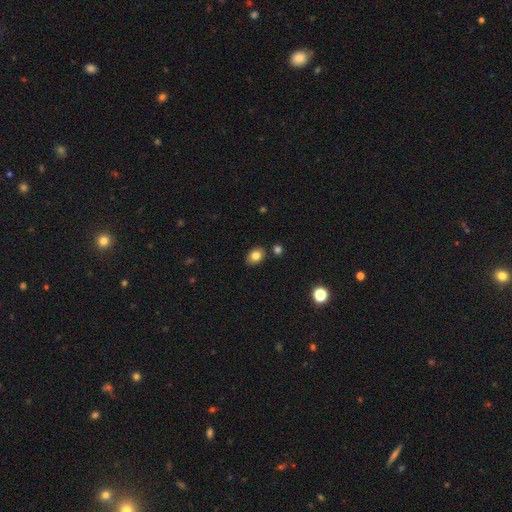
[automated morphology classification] Smooth or featured? smooth (81%)
How rounded? in between (70%)
Merging? none (84%)